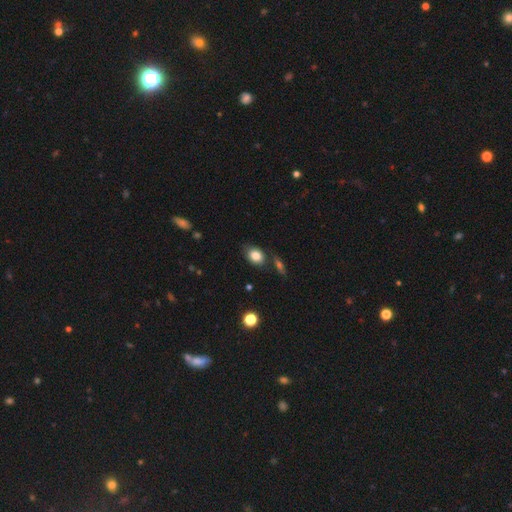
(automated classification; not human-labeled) This appears to be a smooth galaxy with no disk features (82%) that is in between round and cigar-shaped (67%). Merging: none (75%).